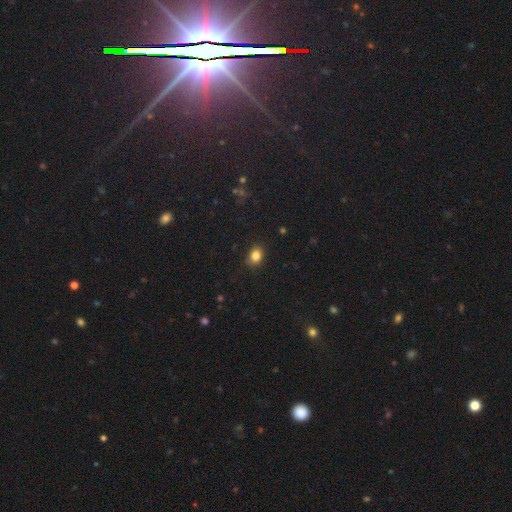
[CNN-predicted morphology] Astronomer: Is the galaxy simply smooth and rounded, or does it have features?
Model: smooth — 84%.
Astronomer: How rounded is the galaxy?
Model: in between — 54% (runner-up: round, 44%).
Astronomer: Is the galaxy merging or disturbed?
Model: none — 83%.